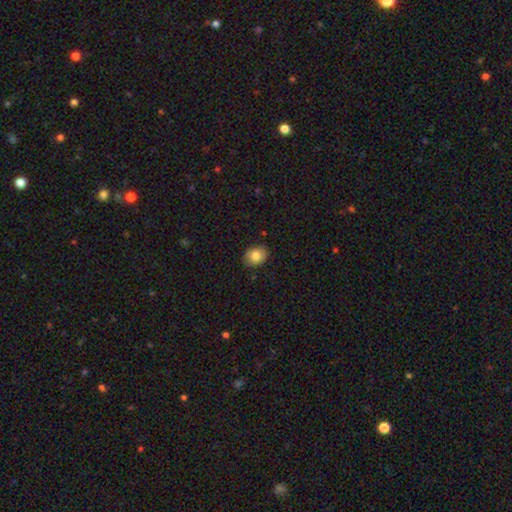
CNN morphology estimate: This is clearly a smooth galaxy (82%). How rounded: possibly in between (58%). Merging: clearly none (86%).